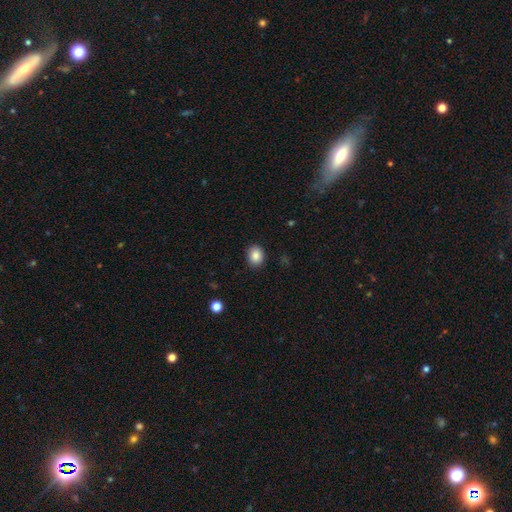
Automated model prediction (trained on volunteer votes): Smooth or featured? Predicted: smooth (p=0.86). How rounded? Predicted: round (p=0.59). Merging? Predicted: none (p=0.89).